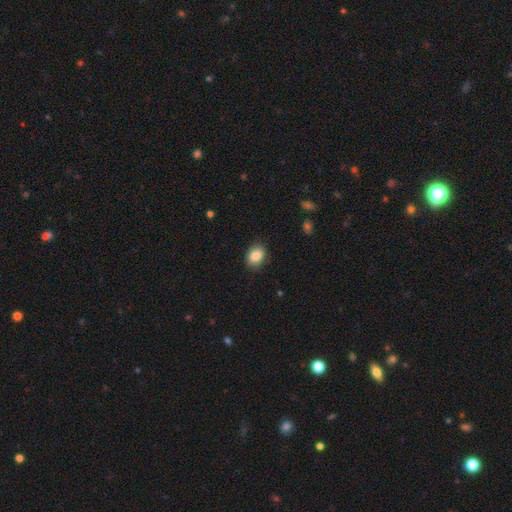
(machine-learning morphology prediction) smooth 85%, star or artifact 8%, featured or disk 7%. Down the decision tree: how rounded — in between (67%); merging — none (85%).